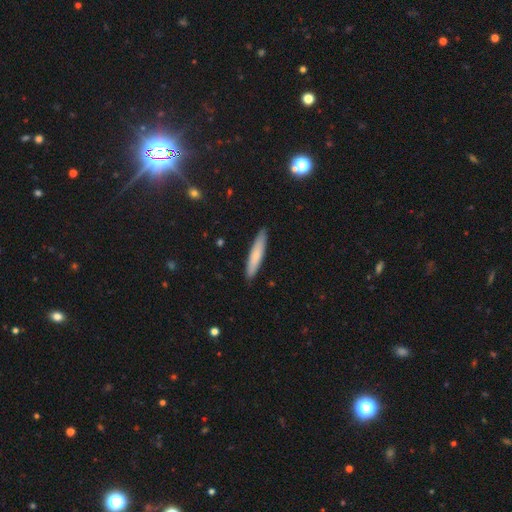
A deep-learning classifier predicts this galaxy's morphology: This is likely a smooth galaxy (73%). How rounded: clearly cigar-shaped (89%). Merging: clearly none (90%).